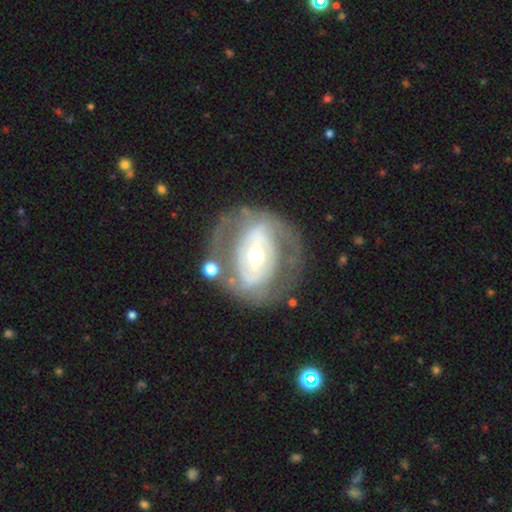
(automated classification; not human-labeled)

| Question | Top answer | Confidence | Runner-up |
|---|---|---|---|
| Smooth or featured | featured or disk | 76% | smooth (18%) |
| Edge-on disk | no | 95% | yes (5%) |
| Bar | no | 37% | strong (33%) |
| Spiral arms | yes | 59% | no (41%) |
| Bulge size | moderate | 52% | small (41%) |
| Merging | none | 64% | minor disturbance (17%) |